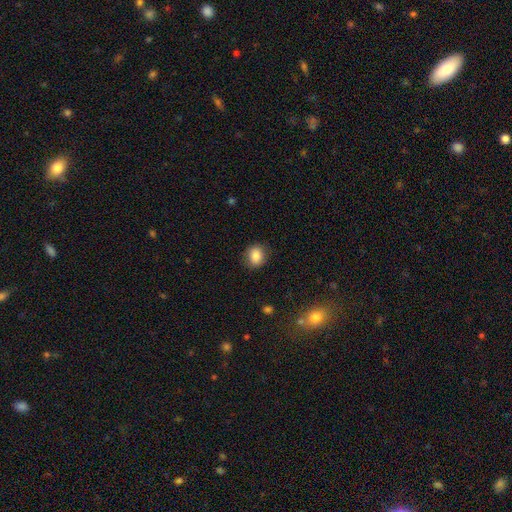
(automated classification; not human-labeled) smooth-or-featured: smooth: 86% | star or artifact: 9% | featured or disk: 5%
  how-rounded: round: 54% | in between: 45% | cigar-shaped: 1%
  merging: none: 84% | minor disturbance: 12% | major disturbance: 3% | merger: 1%